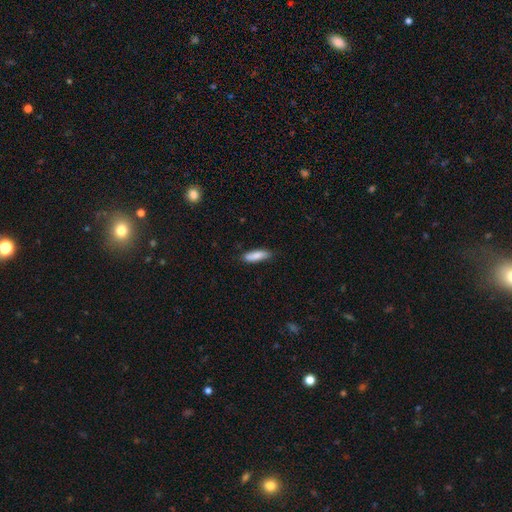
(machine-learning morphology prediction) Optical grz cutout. It shows a smooth galaxy with no disk features (85%) that is cigar-shaped (57%). Merging: none (82%).